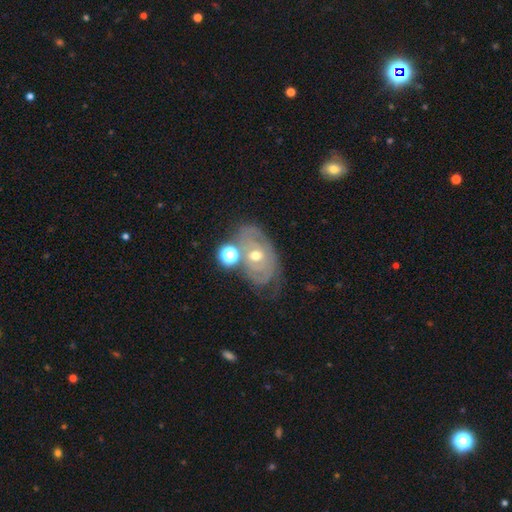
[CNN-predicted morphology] Smooth or featured?
  - featured or disk: 71% *
  - smooth: 18%
  - star or artifact: 11%
Edge-on disk?
  - no: 94% *
  - yes: 6%
Bar?
  - no: 76% *
  - weak: 19%
  - strong: 5%
Spiral arms?
  - yes: 76% *
  - no: 24%
Spiral winding?
  - tight: 69% *
  - medium: 23%
  - loose: 8%
Spiral arm count?
  - can't tell: 44% *
  - 2: 31%
  - 3: 10%
  - 1: 8%
  - 4: 3%
  - more than 4: 3%
Bulge size?
  - moderate: 70% *
  - small: 23%
  - large: 4%
  - none: 1%
  - dominant: 1%
Merging?
  - none: 52% *
  - minor disturbance: 22%
  - merger: 13%
  - major disturbance: 13%